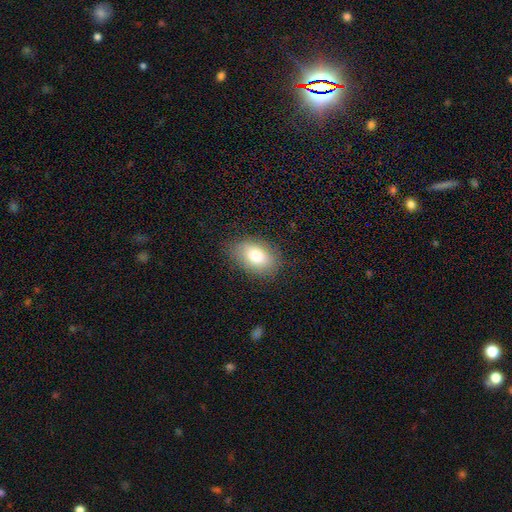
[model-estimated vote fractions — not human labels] This is likely a smooth galaxy (79%). How rounded: clearly in between (83%). Merging: clearly none (82%).